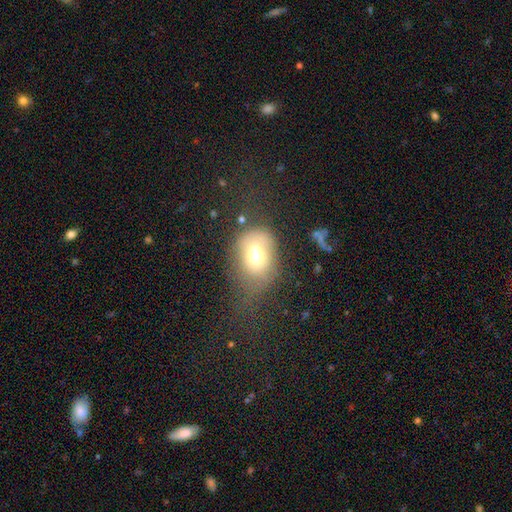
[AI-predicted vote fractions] Overall: smooth (65%). How rounded: in between (56%; round 42%). Merging: merger (30%; none 27%).